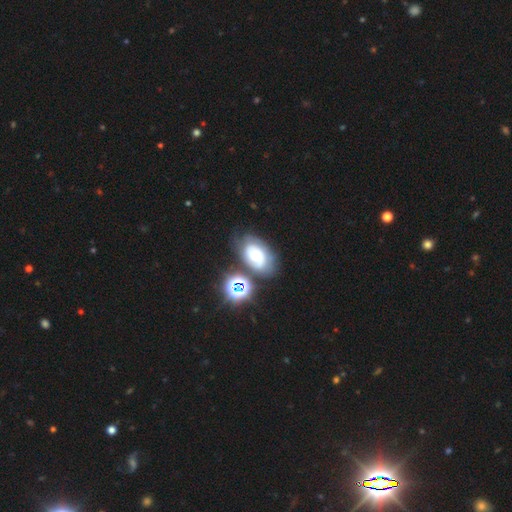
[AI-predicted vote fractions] Morphology: type=featured or disk (57%); edge-on=no (95%); bar=no (71%); spiral arms=yes (74%); bulge=moderate (56%); merging=none (56%).